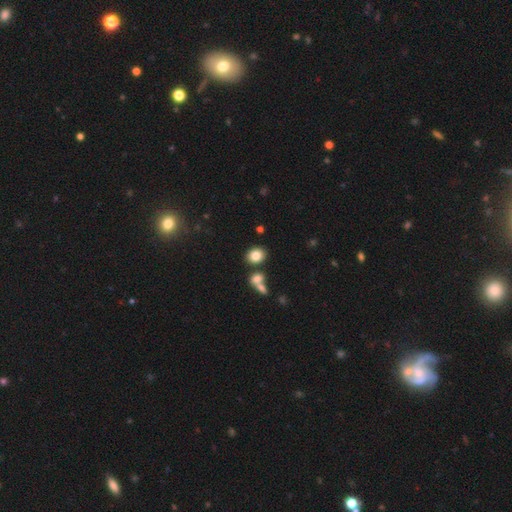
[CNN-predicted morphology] A smooth galaxy with no disk features (82%) that is round (52%).

Vote fractions:
- Smooth or featured? smooth: 82% / star or artifact: 10% / featured or disk: 8%
- How rounded? round: 52% / in between: 46% / cigar-shaped: 1%
- Merging? none: 74% / merger: 14% / minor disturbance: 9% / major disturbance: 3%